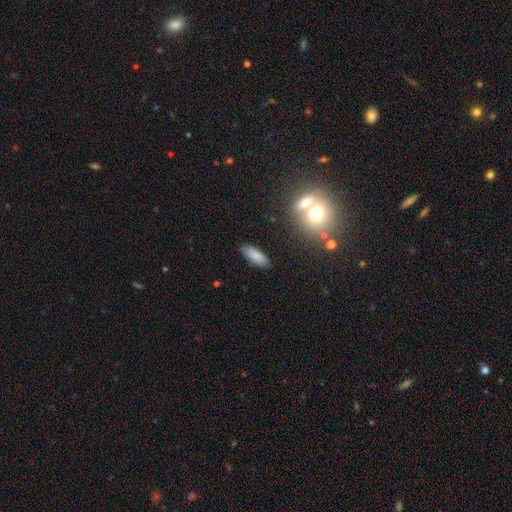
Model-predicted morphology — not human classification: type=smooth (81%); roundness=in between (74%); merging=none (85%).